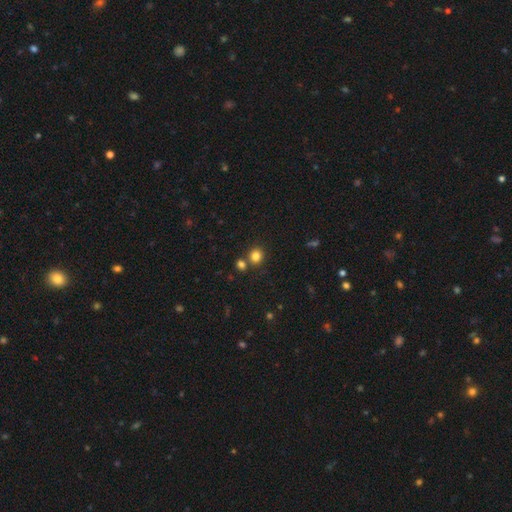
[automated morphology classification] Smooth or featured? Predicted: smooth (p=0.82). How rounded? Predicted: round (p=0.76). Merging? Predicted: none (p=0.72).